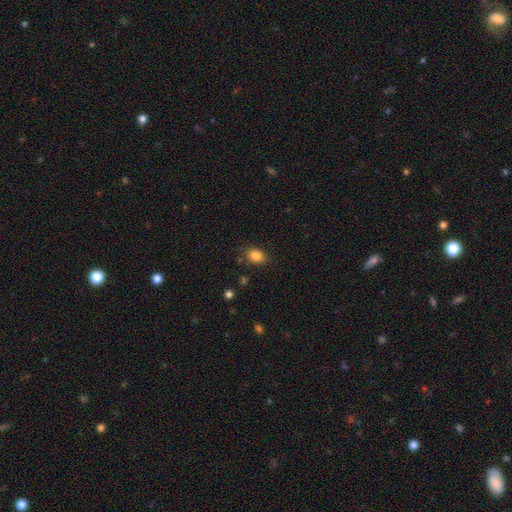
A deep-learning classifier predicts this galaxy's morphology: smooth 84%, star or artifact 10%, featured or disk 6%. Down the decision tree: how rounded — in between (63%); merging — none (83%).